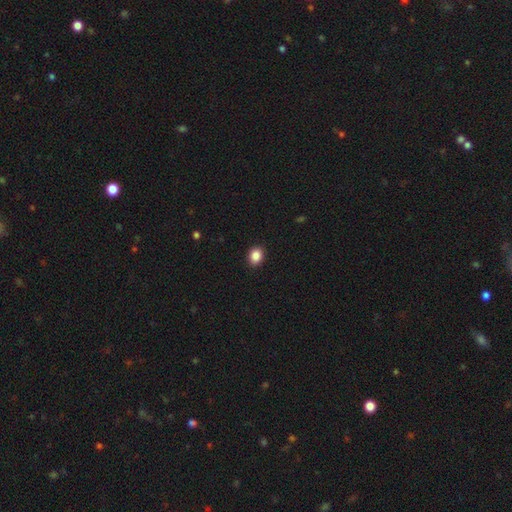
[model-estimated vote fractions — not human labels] A smooth galaxy with no disk features (88%) that is in between round and cigar-shaped (50%). Merging: none (91%).